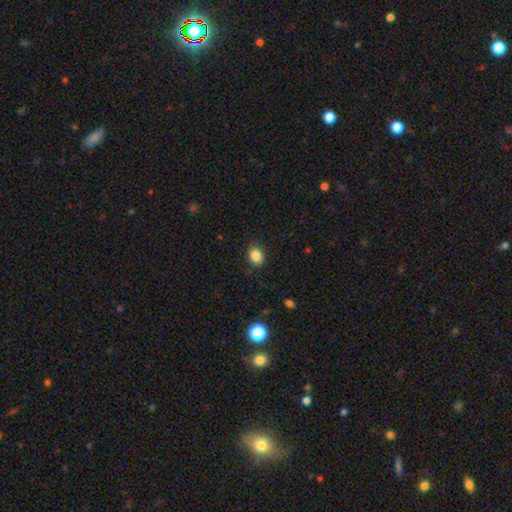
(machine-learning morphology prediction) Smooth or featured?
  - smooth: 86% *
  - star or artifact: 10%
  - featured or disk: 4%
How rounded?
  - in between: 66% *
  - round: 33%
  - cigar-shaped: 1%
Merging?
  - none: 87% *
  - minor disturbance: 9%
  - major disturbance: 2%
  - merger: 1%